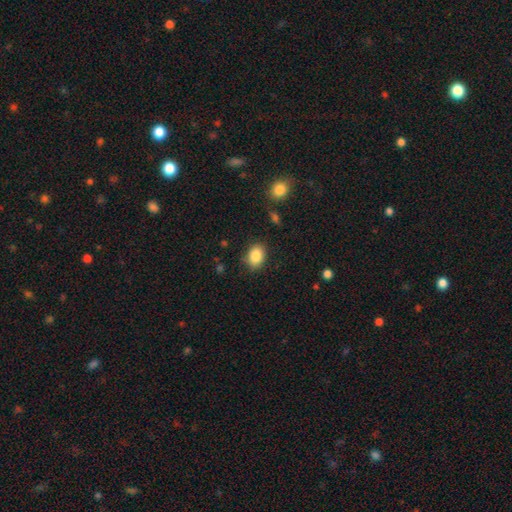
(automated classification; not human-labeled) This appears to be a smooth galaxy with no disk features (87%) that is in between round and cigar-shaped (74%). Merging: none (82%).